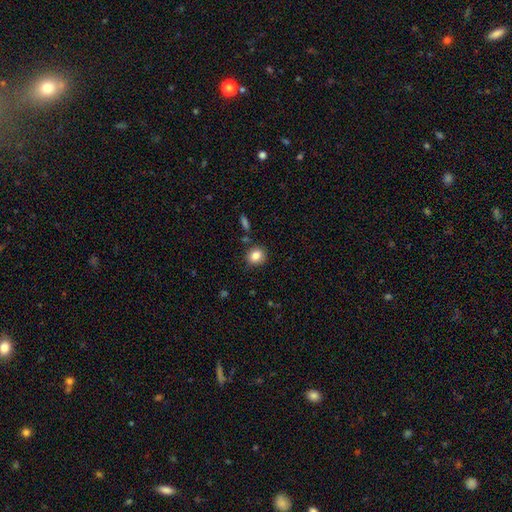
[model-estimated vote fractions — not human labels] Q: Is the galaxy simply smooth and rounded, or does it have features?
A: smooth — 84%.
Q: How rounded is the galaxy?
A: round — 74%.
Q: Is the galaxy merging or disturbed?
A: none — 84%.